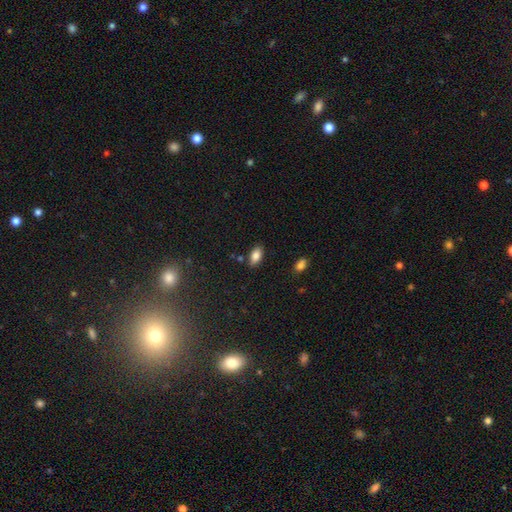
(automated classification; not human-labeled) Morphology: type=smooth (85%); roundness=in between (92%); merging=none (83%).